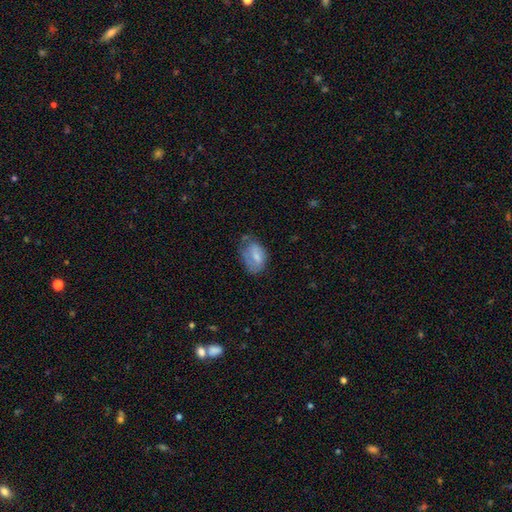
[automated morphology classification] This appears to be a smooth galaxy with no disk features (66%) that is in between round and cigar-shaped (86%). Merging: none (40%).